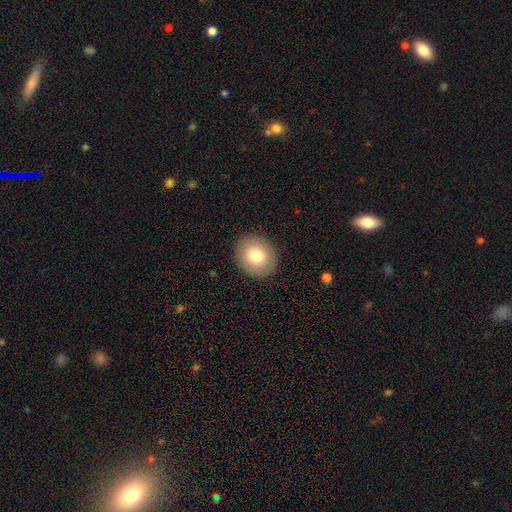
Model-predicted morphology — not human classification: The model was most divided on "how rounded": round: 72%, in between: 27%, cigar-shaped: 1%. More confident: merging — none (90%); smooth or featured — smooth (78%).